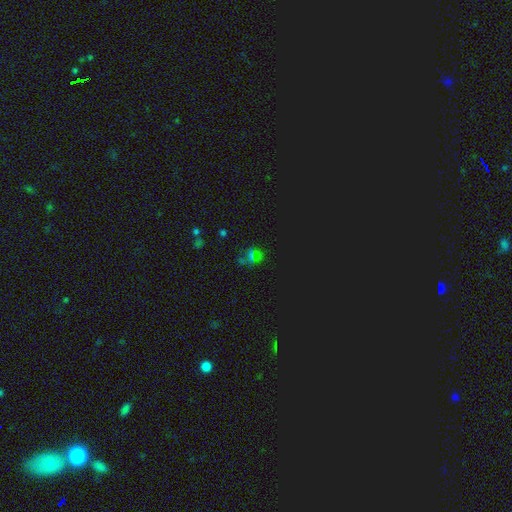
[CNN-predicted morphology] smooth_or_featured: star or artifact (p=0.62) [alt: smooth p=0.29]